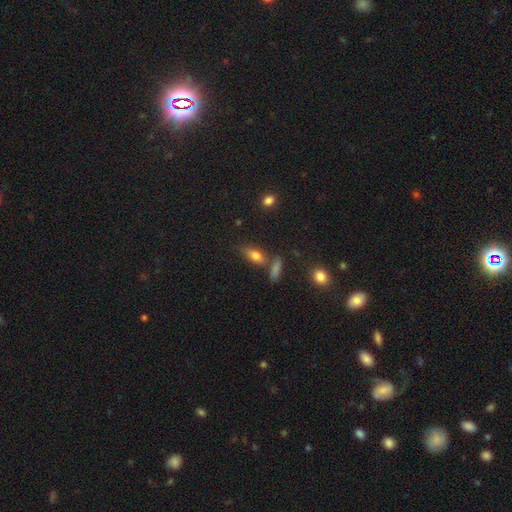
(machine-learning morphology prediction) A smooth galaxy with no disk features (73%) that is in between round and cigar-shaped (74%).

Vote fractions:
- Smooth or featured? smooth: 73% / featured or disk: 18% / star or artifact: 10%
- How rounded? in between: 74% / cigar-shaped: 21% / round: 5%
- Merging? none: 60% / merger: 20% / minor disturbance: 15% / major disturbance: 5%